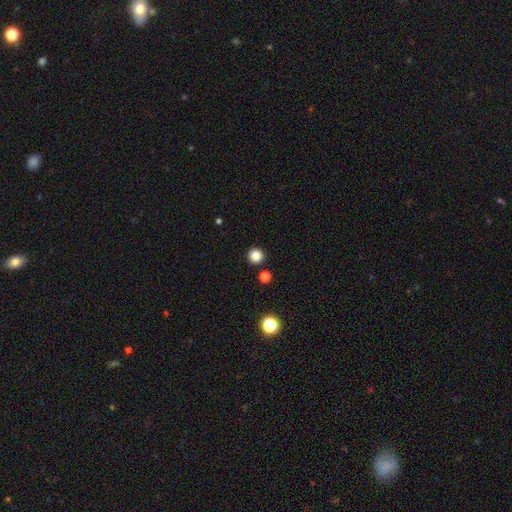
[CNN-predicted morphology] type=smooth (84%); roundness=round (95%); merging=none (91%).